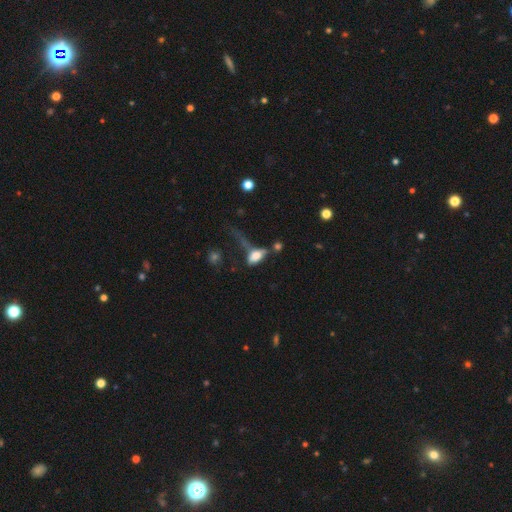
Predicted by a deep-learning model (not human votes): smooth-or-featured: smooth: 69% | featured or disk: 20% | star or artifact: 10%
  how-rounded: in between: 85% | cigar-shaped: 8% | round: 7%
  merging: major disturbance: 31% | merger: 25% | none: 25% | minor disturbance: 18%